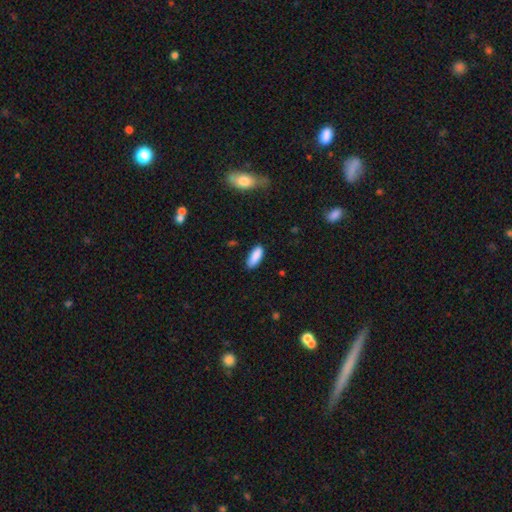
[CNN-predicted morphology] A smooth galaxy with no disk features (89%) that is in between round and cigar-shaped (76%).

Vote fractions:
- Smooth or featured? smooth: 89% / star or artifact: 6% / featured or disk: 4%
- How rounded? in between: 76% / cigar-shaped: 22% / round: 2%
- Merging? none: 82% / minor disturbance: 14% / major disturbance: 2% / merger: 1%